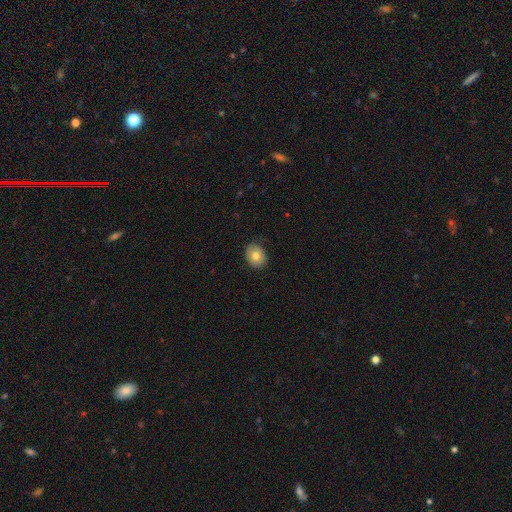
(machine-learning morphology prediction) type=smooth (76%); roundness=round (60%); merging=none (83%).